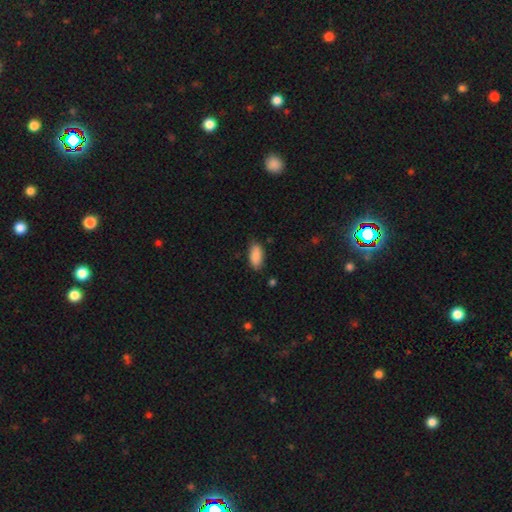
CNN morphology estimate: Smooth or featured?
  - smooth: 89% *
  - star or artifact: 6%
  - featured or disk: 4%
How rounded?
  - in between: 89% *
  - cigar-shaped: 9%
  - round: 2%
Merging?
  - none: 82% *
  - minor disturbance: 14%
  - major disturbance: 3%
  - merger: 1%